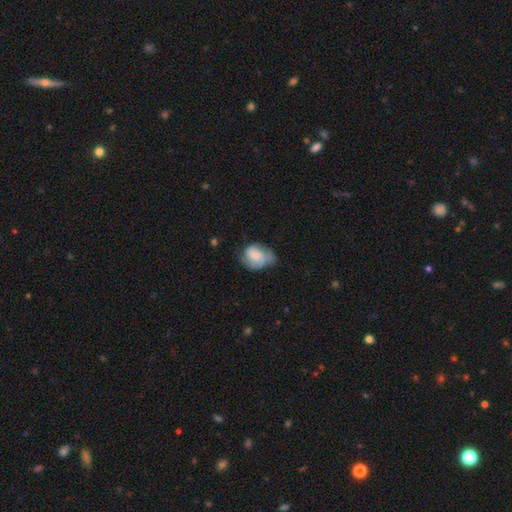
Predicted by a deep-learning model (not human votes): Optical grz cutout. It shows a smooth galaxy with no disk features (52%) that is in between round and cigar-shaped (58%). Merging: none (38%).